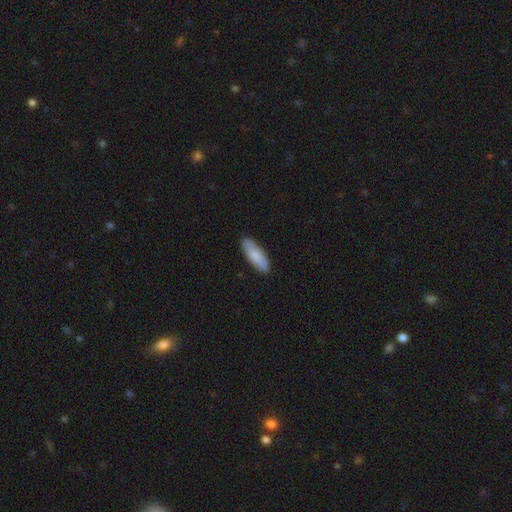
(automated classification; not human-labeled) Morphology: type=smooth (84%); roundness=in between (53%); merging=none (89%).